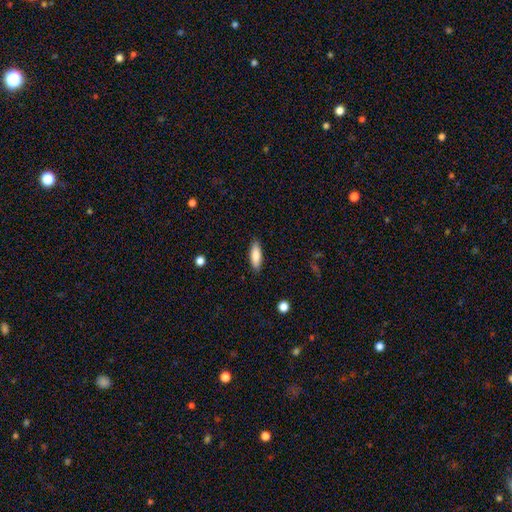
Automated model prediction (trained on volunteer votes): This is clearly a smooth galaxy (83%). How rounded: possibly in between (58%). Merging: clearly none (88%).